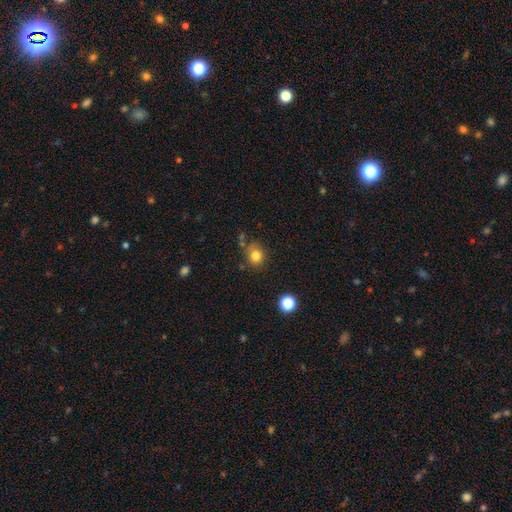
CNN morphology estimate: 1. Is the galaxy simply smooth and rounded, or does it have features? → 81% smooth, 13% star or artifact, 6% featured or disk.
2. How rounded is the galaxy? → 81% round, 18% in between, 1% cigar-shaped.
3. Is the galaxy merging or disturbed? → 72% none, 16% minor disturbance, 8% merger, 5% major disturbance.